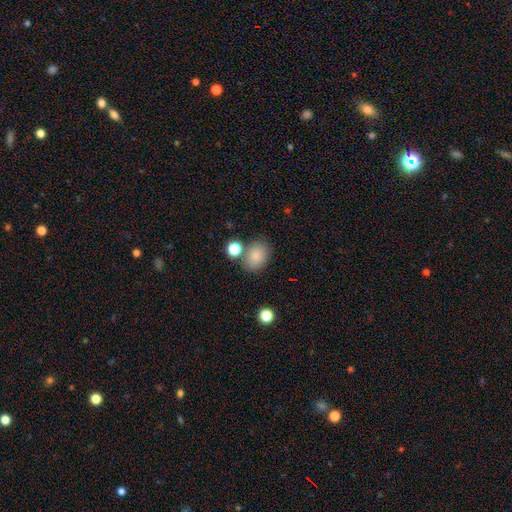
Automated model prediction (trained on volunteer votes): smooth-or-featured: smooth: 84% | star or artifact: 10% | featured or disk: 7%
  how-rounded: in between: 65% | round: 34% | cigar-shaped: 1%
  merging: none: 73% | minor disturbance: 13% | merger: 11% | major disturbance: 4%